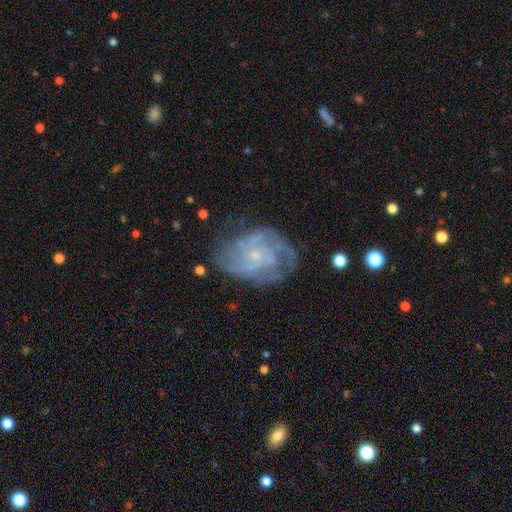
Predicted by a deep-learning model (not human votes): smooth_or_featured: featured or disk (p=0.80) [alt: smooth p=0.13]
disk_edge_on: no (p=0.97) [alt: yes p=0.03]
bar: no (p=0.75) [alt: weak p=0.22]
has_spiral_arms: yes (p=0.86) [alt: no p=0.14]
spiral_winding: tight (p=0.51) [alt: medium p=0.36]
spiral_arm_count: can't tell (p=0.41) [alt: 2 p=0.22]
bulge_size: small (p=0.76) [alt: moderate p=0.16]
merging: none (p=0.59) [alt: minor disturbance p=0.23]